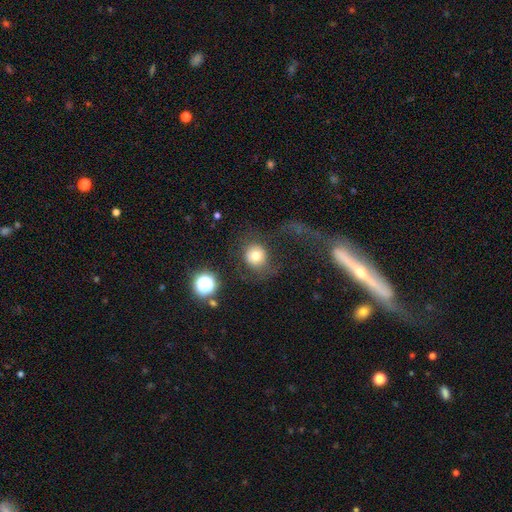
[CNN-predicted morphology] Q: Smooth or featured?
A: smooth (73%); runner-up: featured or disk (15%)
Q: How rounded?
A: round (88%); runner-up: in between (11%)
Q: Merging?
A: none (55%); runner-up: major disturbance (27%)